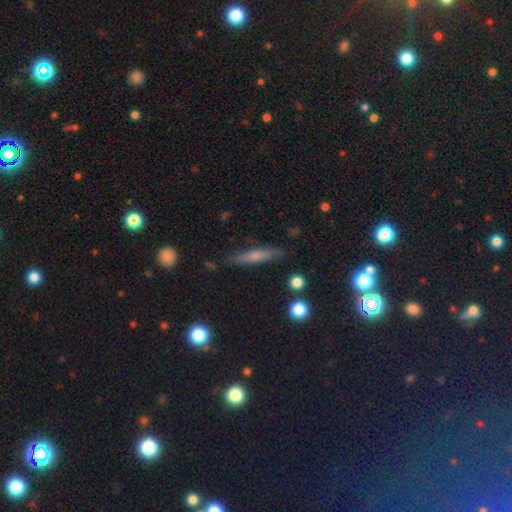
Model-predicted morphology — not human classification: Smooth or featured? Predicted: smooth (p=0.55). How rounded? Predicted: cigar-shaped (p=0.88). Merging? Predicted: none (p=0.83).